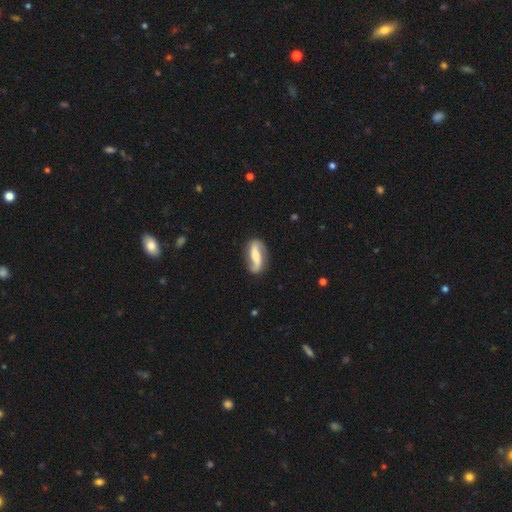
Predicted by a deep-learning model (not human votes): A featured or disk galaxy (74%) with a strong bar (40%), 2 (90%) loose (64%) spiral arms (93%) and a moderate central bulge (46%).

Vote fractions:
- Smooth or featured? featured or disk: 74% / smooth: 21% / star or artifact: 6%
- Edge-on disk? no: 92% / yes: 8%
- Bar? strong: 40% / no: 30% / weak: 30%
- Spiral arms? yes: 93% / no: 7%
- Spiral winding? loose: 64% / medium: 24% / tight: 11%
- Spiral arm count? 2: 90% / 1: 4% / can't tell: 3% / 3: 1% / 4: 1% / more than 4: 1%
- Bulge size? moderate: 46% / small: 34% / large: 10% / none: 7% / dominant: 2%
- Merging? none: 80% / minor disturbance: 14% / major disturbance: 5% / merger: 2%